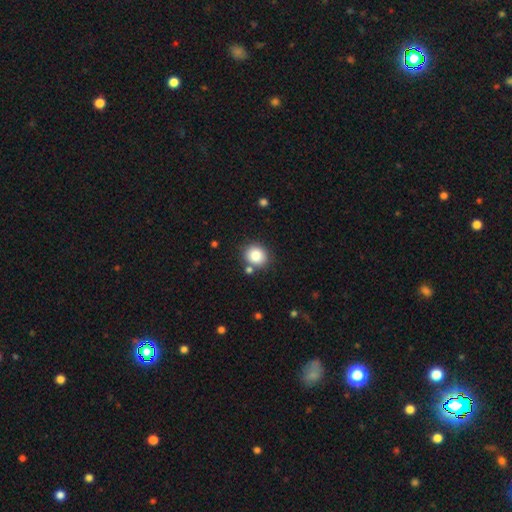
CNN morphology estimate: smooth 84%, star or artifact 10%, featured or disk 6%. Down the decision tree: how rounded — round (75%); merging — none (79%).